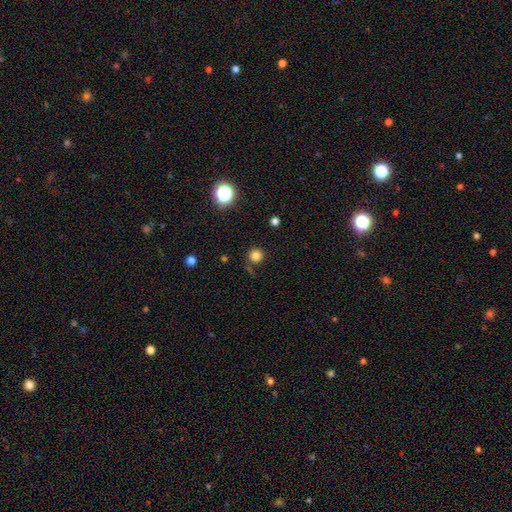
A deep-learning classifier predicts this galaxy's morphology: type=smooth (80%); roundness=round (94%); merging=none (80%).